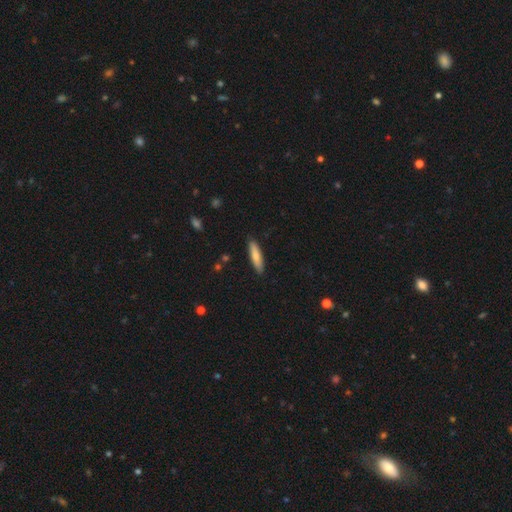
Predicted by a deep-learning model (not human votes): Morphology: type=smooth (77%); roundness=cigar-shaped (77%); merging=none (88%).